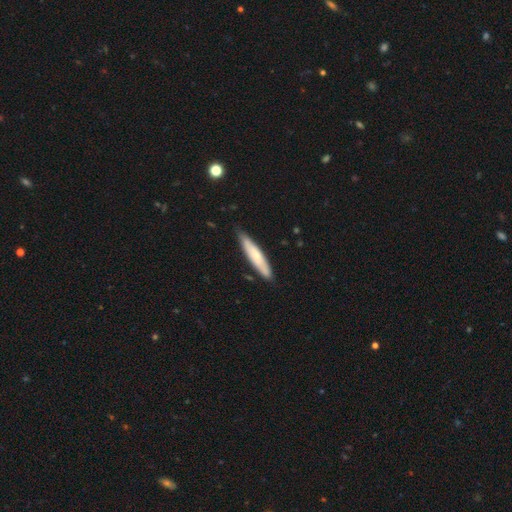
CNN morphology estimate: type=smooth (61%); roundness=cigar-shaped (85%); merging=none (81%).